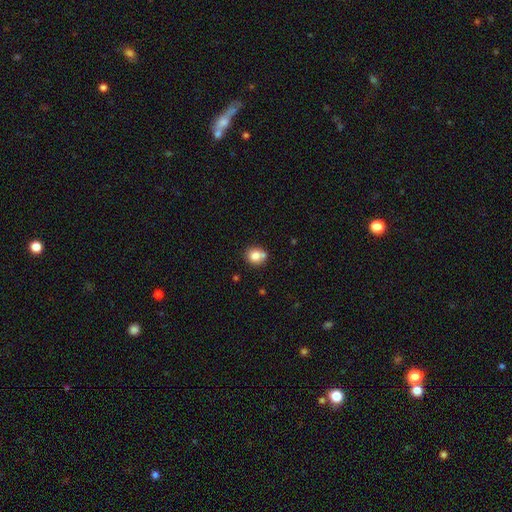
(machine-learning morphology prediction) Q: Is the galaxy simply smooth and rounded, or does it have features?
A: smooth — 80%.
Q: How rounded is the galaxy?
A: round — 83%.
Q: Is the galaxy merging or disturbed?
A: none — 65%.